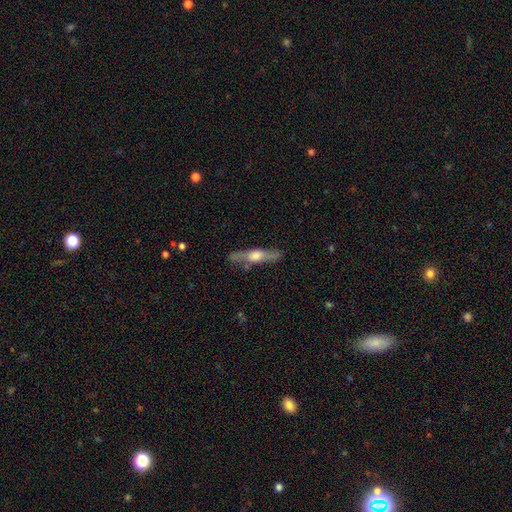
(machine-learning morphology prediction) smooth-or-featured: featured or disk: 68% | smooth: 26% | star or artifact: 6%
  disk-edge-on: yes: 90% | no: 10%
    edge-on-bulge: rounded: 86% | boxy: 9% | none: 5%
  merging: none: 82% | minor disturbance: 13% | major disturbance: 3% | merger: 2%